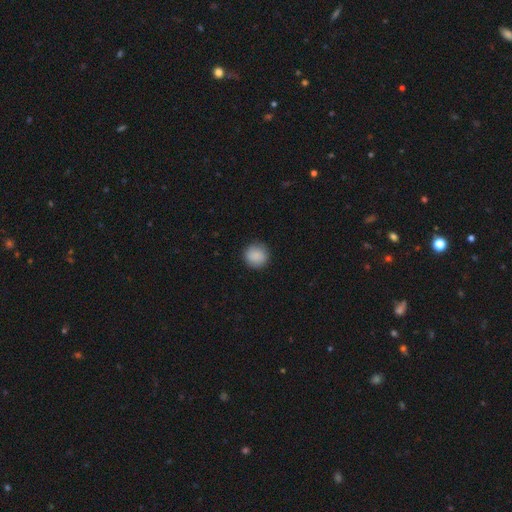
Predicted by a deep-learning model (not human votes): smooth-or-featured: smooth: 89% | star or artifact: 7% | featured or disk: 4%
  how-rounded: round: 94% | in between: 5% | cigar-shaped: 1%
  merging: none: 90% | minor disturbance: 7% | major disturbance: 2% | merger: 1%